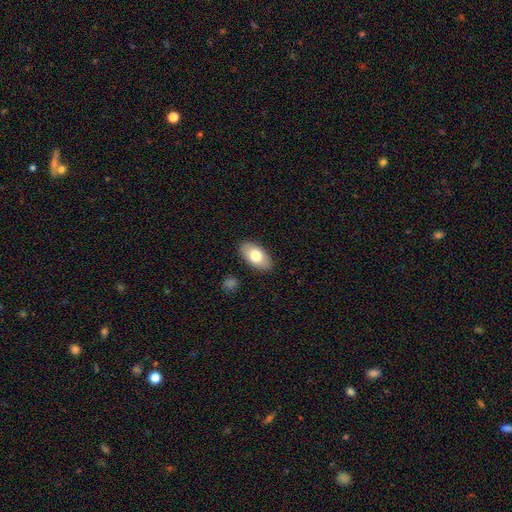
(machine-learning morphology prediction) The model was most divided on "smooth or featured": smooth: 74%, featured or disk: 20%, star or artifact: 6%. More confident: how rounded — in between (94%); merging — none (88%).